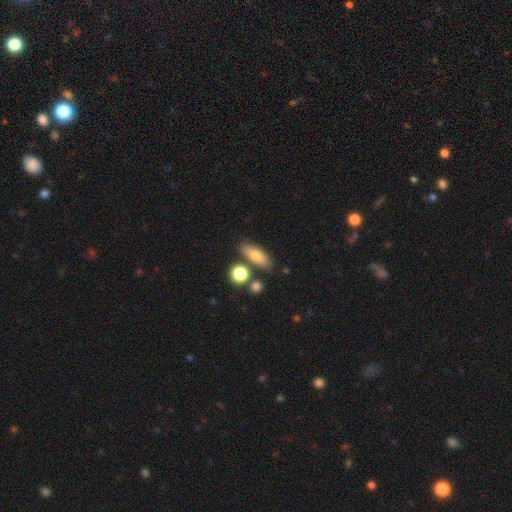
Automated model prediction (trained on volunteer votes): This is likely a smooth galaxy (73%). How rounded: likely in between (66%). Merging: likely none (74%).